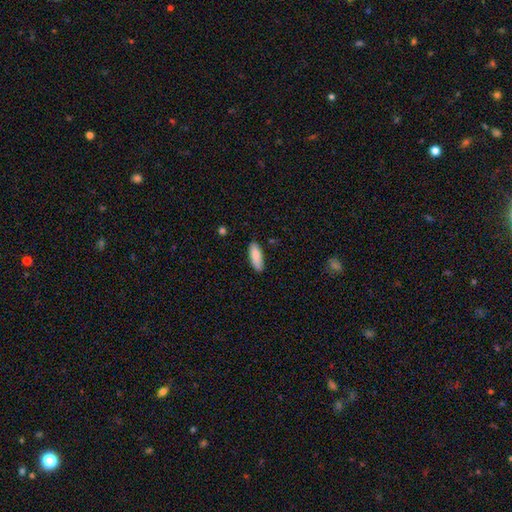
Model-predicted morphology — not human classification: This is clearly a smooth galaxy (87%). How rounded: likely in between (66%). Merging: clearly none (84%).